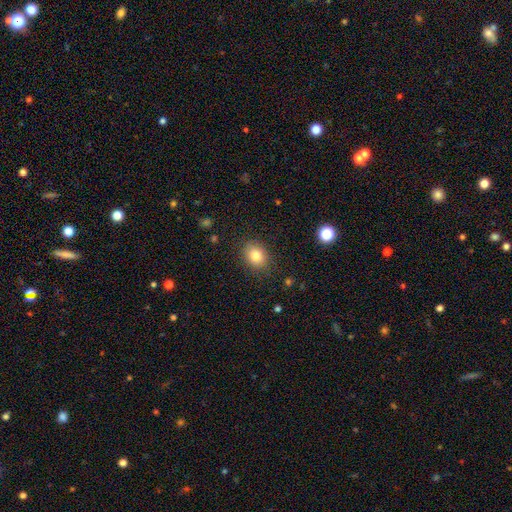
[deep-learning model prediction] A smooth galaxy with no disk features (81%) that is in between round and cigar-shaped (50%).

Vote fractions:
- Smooth or featured? smooth: 81% / star or artifact: 10% / featured or disk: 9%
- How rounded? in between: 50% / round: 49% / cigar-shaped: 1%
- Merging? none: 86% / minor disturbance: 10% / major disturbance: 3% / merger: 1%